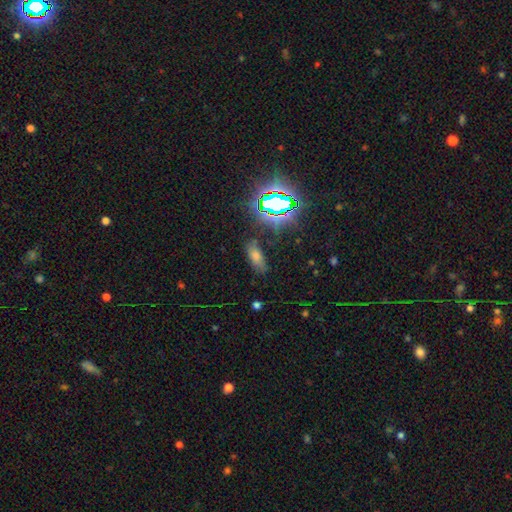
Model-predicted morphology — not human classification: Smooth or featured? smooth (52%)
How rounded? in between (74%)
Merging? none (79%)